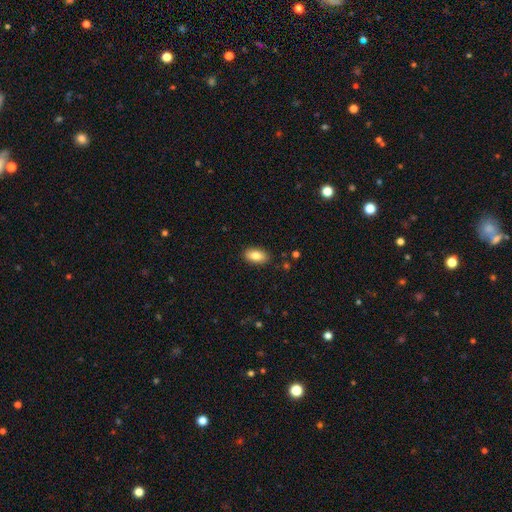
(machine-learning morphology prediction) A smooth galaxy with no disk features (83%) that is in between round and cigar-shaped (92%).

Vote fractions:
- Smooth or featured? smooth: 83% / featured or disk: 9% / star or artifact: 7%
- How rounded? in between: 92% / round: 5% / cigar-shaped: 4%
- Merging? none: 88% / minor disturbance: 8% / major disturbance: 2% / merger: 1%